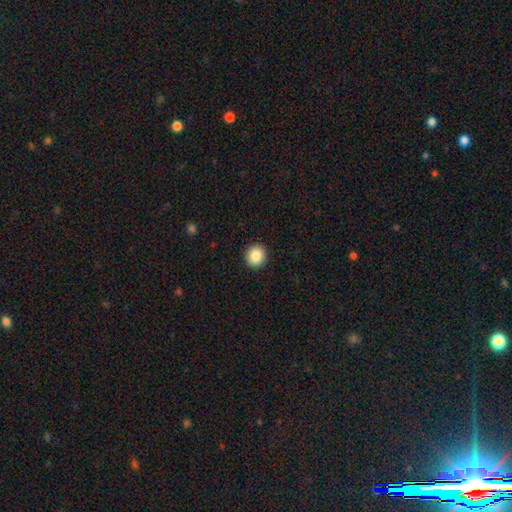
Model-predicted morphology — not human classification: Smooth or featured?
  - smooth: 86% *
  - star or artifact: 9%
  - featured or disk: 5%
How rounded?
  - round: 89% *
  - in between: 10%
  - cigar-shaped: 1%
Merging?
  - none: 93% *
  - minor disturbance: 5%
  - major disturbance: 2%
  - merger: 1%